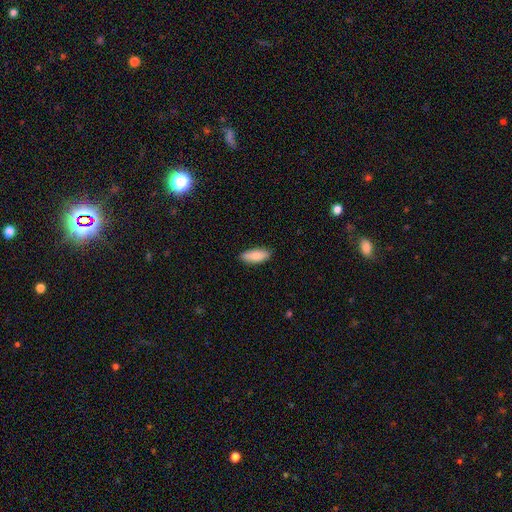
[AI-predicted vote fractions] smooth-or-featured: smooth: 86% | featured or disk: 8% | star or artifact: 6%
  how-rounded: in between: 78% | cigar-shaped: 20% | round: 2%
  merging: none: 87% | minor disturbance: 10% | major disturbance: 2% | merger: 1%